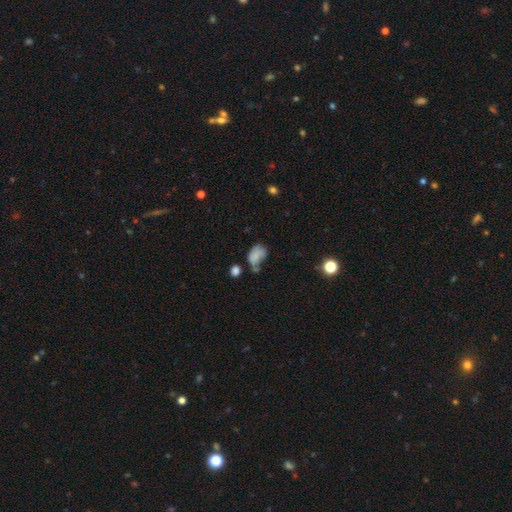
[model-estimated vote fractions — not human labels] Morphology: type=smooth (70%); roundness=in between (80%); merging=none (31%).